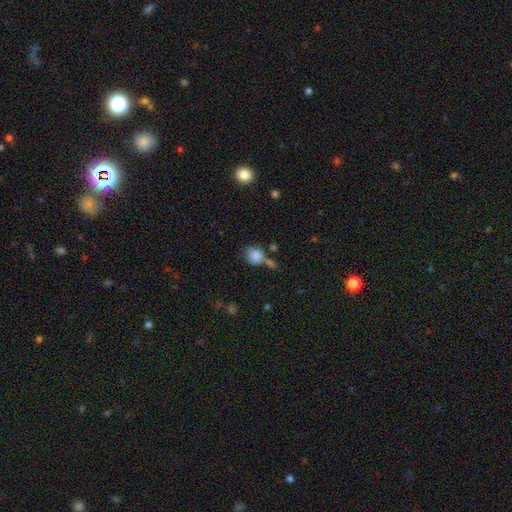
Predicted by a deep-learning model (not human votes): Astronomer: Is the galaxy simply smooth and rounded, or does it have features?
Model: smooth — 82%.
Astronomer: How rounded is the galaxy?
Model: round — 72%.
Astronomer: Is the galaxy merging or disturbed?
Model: none — 47% (runner-up: merger, 26%).